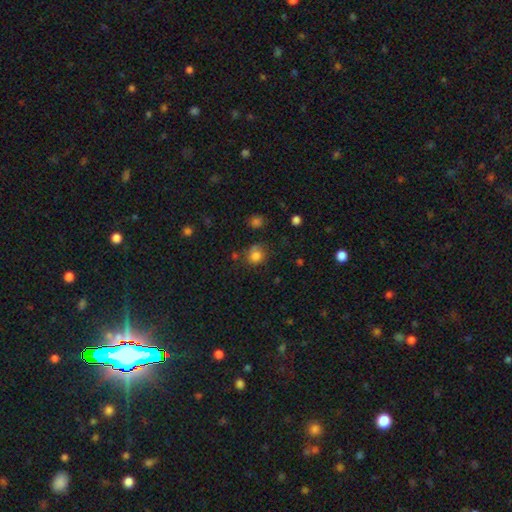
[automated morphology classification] Smooth or featured? Predicted: smooth (p=0.81). How rounded? Predicted: round (p=0.79). Merging? Predicted: none (p=0.66).